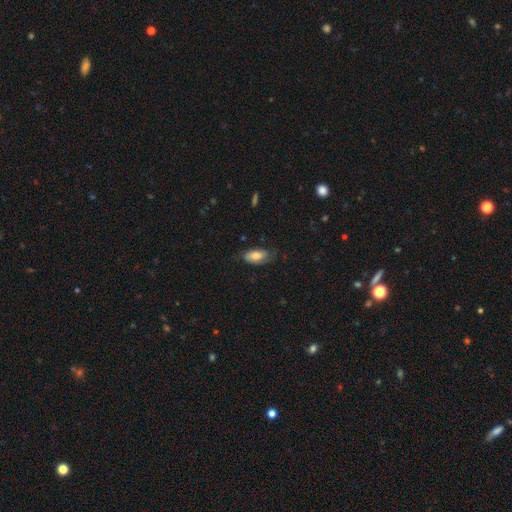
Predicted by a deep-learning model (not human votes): The model was most divided on "merging": none: 62%, minor disturbance: 27%, major disturbance: 10%, merger: 1%. More confident: how rounded — in between (90%); smooth or featured — smooth (66%).